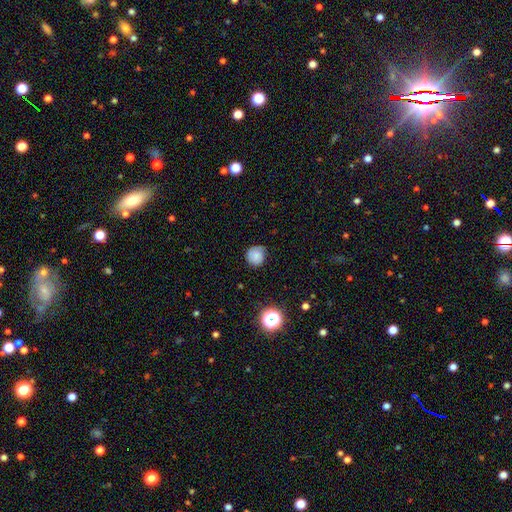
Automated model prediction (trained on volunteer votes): Q: Smooth or featured?
A: smooth (78%); runner-up: star or artifact (11%)
Q: How rounded?
A: round (89%); runner-up: in between (10%)
Q: Merging?
A: none (69%); runner-up: minor disturbance (25%)